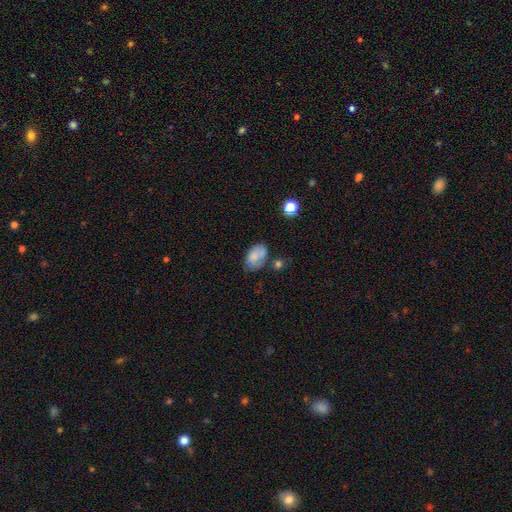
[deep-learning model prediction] The model was most divided on "merging": none: 50%, minor disturbance: 26%, merger: 14%, major disturbance: 10%. More confident: how rounded — in between (87%); smooth or featured — smooth (72%).